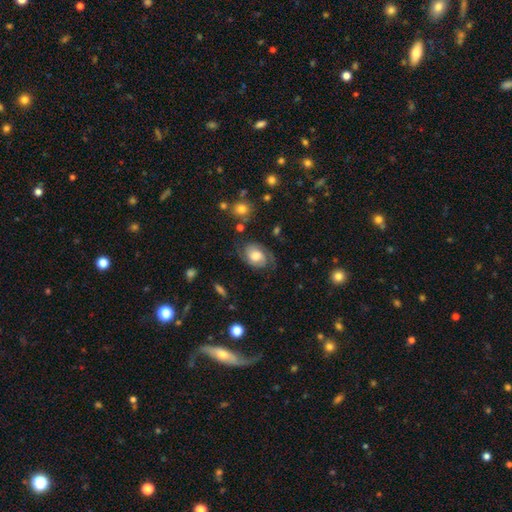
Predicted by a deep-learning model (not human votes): A featured or disk galaxy (69%) with no bar (66%), 2 (82%) tight (43%) spiral arms (91%) and a moderate central bulge (53%). Merging: none (70%).